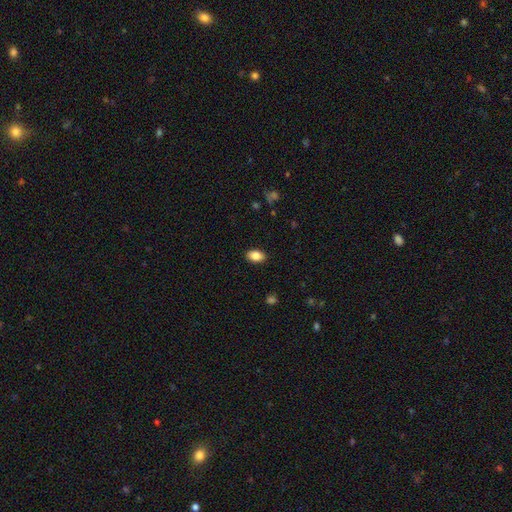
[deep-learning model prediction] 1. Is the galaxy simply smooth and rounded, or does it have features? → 85% smooth, 8% star or artifact, 7% featured or disk.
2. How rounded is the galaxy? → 88% in between, 11% round, 2% cigar-shaped.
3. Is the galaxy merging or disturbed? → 89% none, 8% minor disturbance, 2% major disturbance, 1% merger.